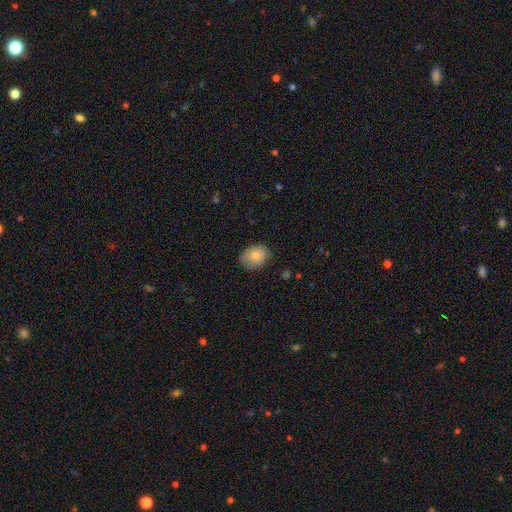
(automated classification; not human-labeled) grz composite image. It shows a smooth galaxy with no disk features (81%) that is in between round and cigar-shaped (50%). Merging: none (74%).